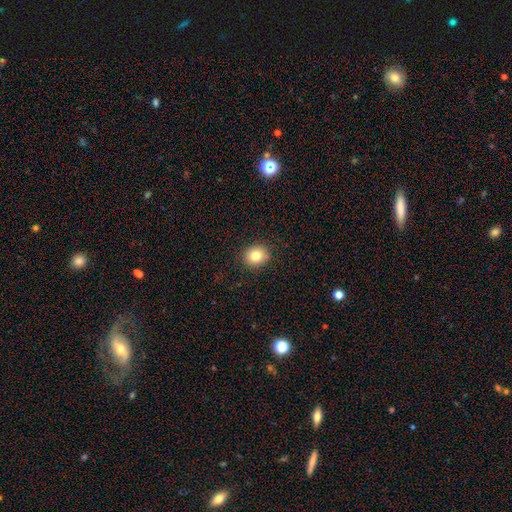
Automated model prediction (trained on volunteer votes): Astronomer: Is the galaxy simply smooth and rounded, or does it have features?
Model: smooth — 81%.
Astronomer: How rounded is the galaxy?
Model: round — 68%.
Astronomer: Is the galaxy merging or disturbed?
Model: none — 89%.